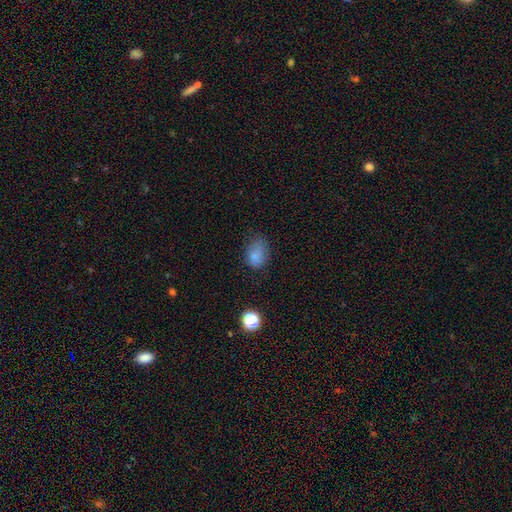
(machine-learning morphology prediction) smooth 79%, star or artifact 13%, featured or disk 8%. Down the decision tree: how rounded — in between (72%); merging — none (55%).